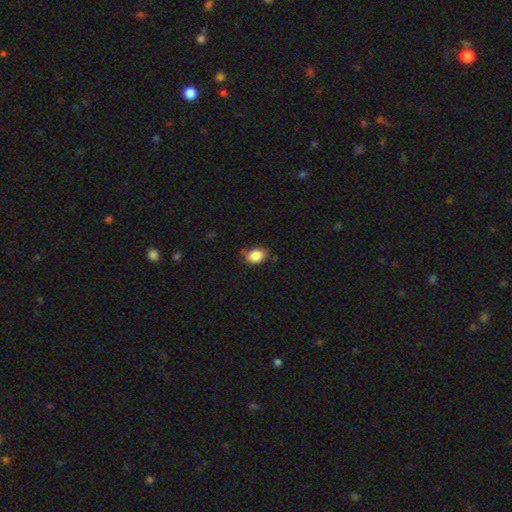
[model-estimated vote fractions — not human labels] Q: Smooth or featured?
A: smooth (87%); runner-up: star or artifact (8%)
Q: How rounded?
A: in between (79%); runner-up: round (20%)
Q: Merging?
A: none (73%); runner-up: minor disturbance (21%)